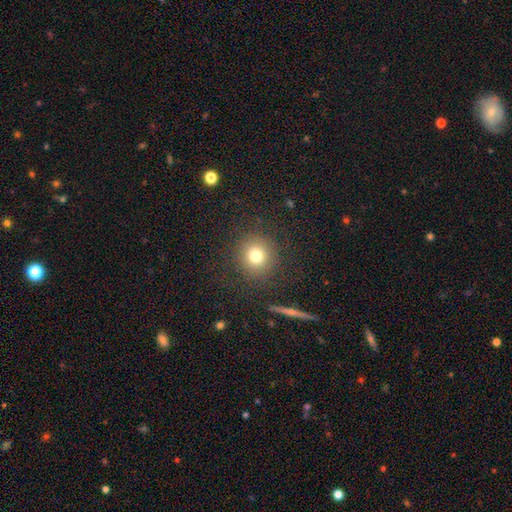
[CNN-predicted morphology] A smooth galaxy with no disk features (76%) that is round (91%).

Vote fractions:
- Smooth or featured? smooth: 76% / star or artifact: 14% / featured or disk: 10%
- How rounded? round: 91% / in between: 8% / cigar-shaped: 1%
- Merging? none: 87% / minor disturbance: 7% / major disturbance: 4% / merger: 1%